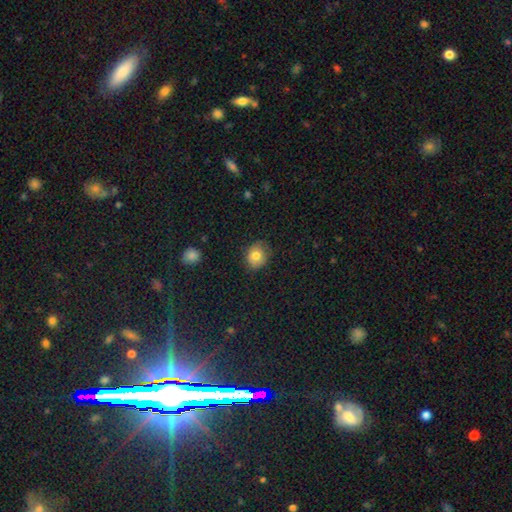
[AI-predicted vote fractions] This is likely a smooth galaxy (78%). How rounded: possibly round (58%). Merging: likely none (72%).